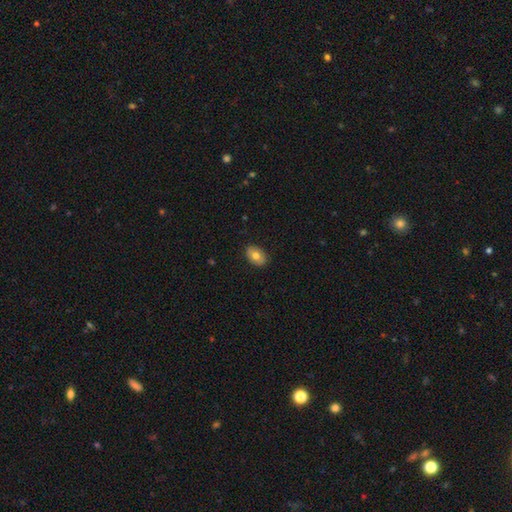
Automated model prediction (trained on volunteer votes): Overall: smooth (73%). How rounded: in between (83%). Merging: none (87%).